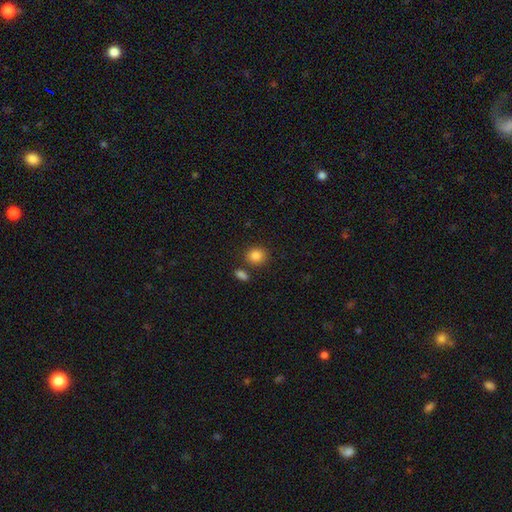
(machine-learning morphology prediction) Smooth or featured? Predicted: smooth (p=0.86). How rounded? Predicted: round (p=0.74). Merging? Predicted: none (p=0.79).